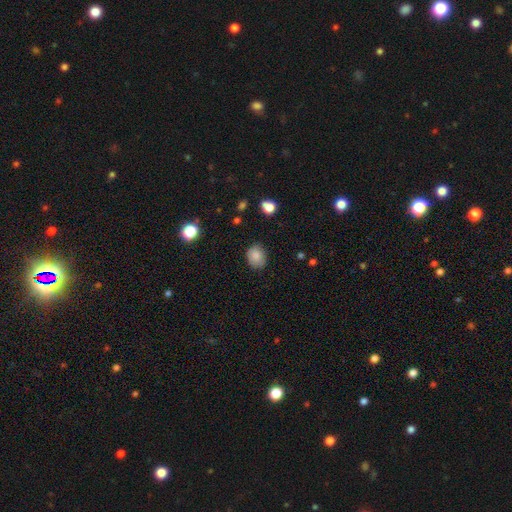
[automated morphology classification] smooth_or_featured: smooth (p=0.84) [alt: star or artifact p=0.10]
how_rounded: round (p=0.50) [alt: in between p=0.49]
merging: none (p=0.80) [alt: minor disturbance p=0.15]